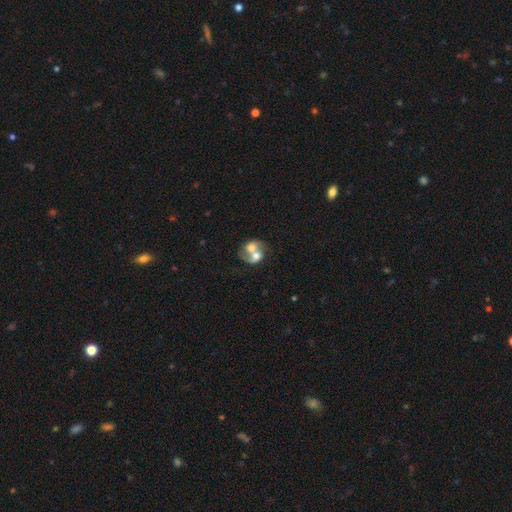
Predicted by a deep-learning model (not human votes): smooth-or-featured: featured or disk: 50% | smooth: 43% | star or artifact: 8%
  merging: merger: 79% | none: 10% | major disturbance: 6% | minor disturbance: 5%